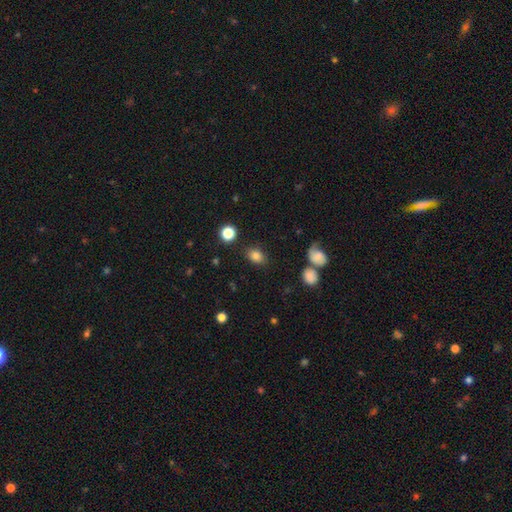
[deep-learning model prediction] The model was most divided on "how rounded": in between: 70%, round: 28%, cigar-shaped: 1%. More confident: merging — none (82%); smooth or featured — smooth (82%).